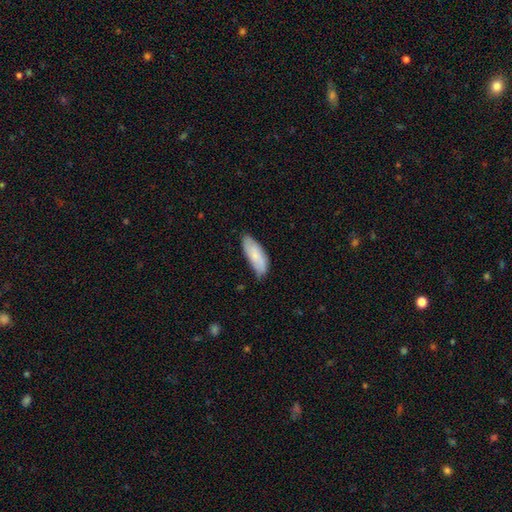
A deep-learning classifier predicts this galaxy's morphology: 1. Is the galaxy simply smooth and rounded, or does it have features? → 73% smooth, 21% featured or disk, 6% star or artifact.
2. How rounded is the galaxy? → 77% in between, 22% cigar-shaped, 2% round.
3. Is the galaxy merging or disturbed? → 70% none, 25% minor disturbance, 4% major disturbance, 1% merger.